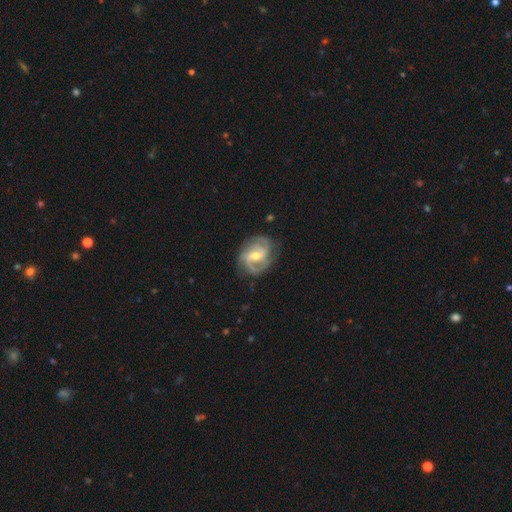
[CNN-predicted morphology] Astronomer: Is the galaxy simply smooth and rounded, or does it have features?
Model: featured or disk — 88%.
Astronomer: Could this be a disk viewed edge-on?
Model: no — 98%.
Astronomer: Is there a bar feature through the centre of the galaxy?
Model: weak — 53%.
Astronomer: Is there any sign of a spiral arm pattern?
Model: yes — 97%.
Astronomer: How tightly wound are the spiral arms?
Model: medium — 49% (runner-up: tight, 34%).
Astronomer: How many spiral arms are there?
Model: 2 — 46% (runner-up: 3, 30%).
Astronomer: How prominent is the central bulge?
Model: moderate — 57% (runner-up: small, 38%).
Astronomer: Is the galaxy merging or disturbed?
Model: none — 75%.